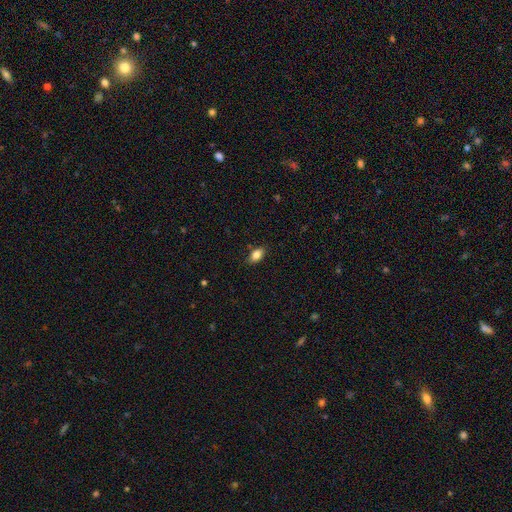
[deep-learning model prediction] This appears to be a smooth galaxy with no disk features (85%) that is in between round and cigar-shaped (89%). Merging: none (83%).